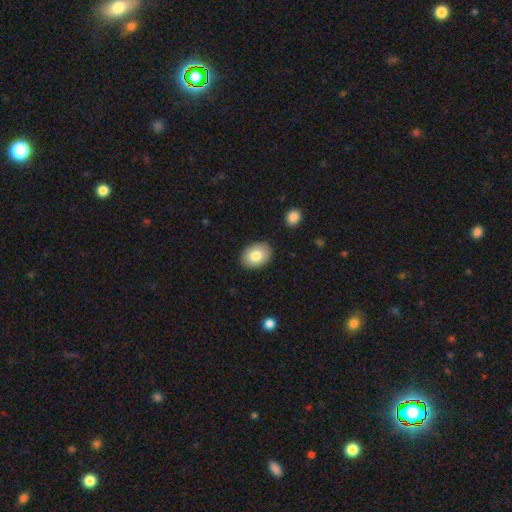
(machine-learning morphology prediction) smooth-or-featured: smooth: 80% | featured or disk: 13% | star or artifact: 7%
  how-rounded: in between: 79% | round: 20% | cigar-shaped: 1%
  merging: none: 88% | minor disturbance: 8% | major disturbance: 2% | merger: 2%